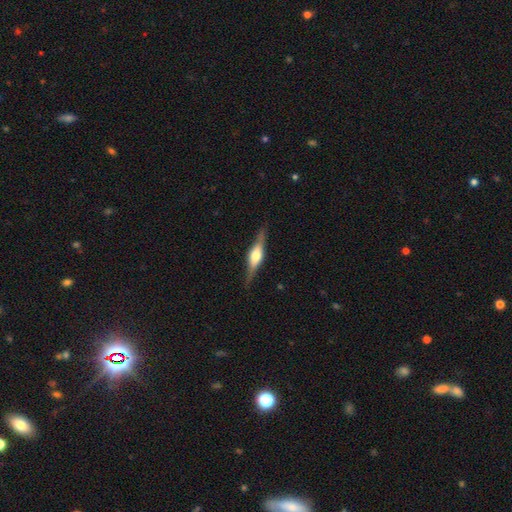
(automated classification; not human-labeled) Smooth or featured? Predicted: featured or disk (p=0.74). Edge-on disk? Predicted: yes (p=0.96). Edge-on bulge? Predicted: rounded (p=0.85). Merging? Predicted: none (p=0.86).